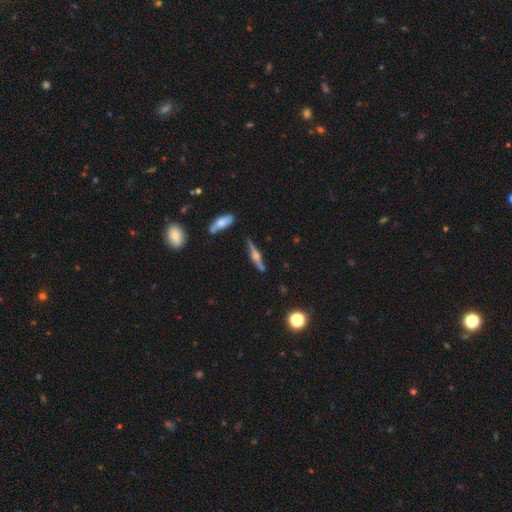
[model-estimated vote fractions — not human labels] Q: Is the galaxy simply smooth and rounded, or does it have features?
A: featured or disk — 76%.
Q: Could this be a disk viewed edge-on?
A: yes — 96%.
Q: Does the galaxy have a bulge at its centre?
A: rounded — 91%.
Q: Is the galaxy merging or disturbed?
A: none — 84%.